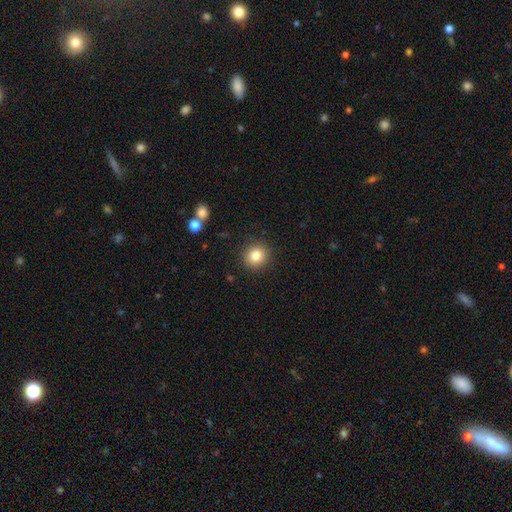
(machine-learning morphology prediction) Smooth or featured: smooth — 82% (star or artifact — 11%)
How rounded: round — 91% (in between — 8%)
Merging: none — 90% (minor disturbance — 6%)